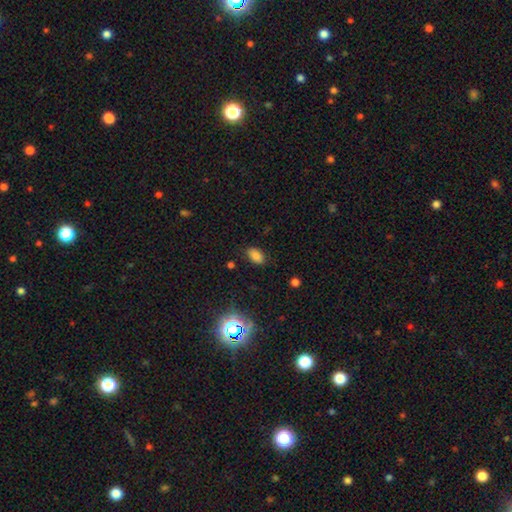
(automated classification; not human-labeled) This appears to be a smooth galaxy with no disk features (79%) that is in between round and cigar-shaped (91%). Merging: none (82%).